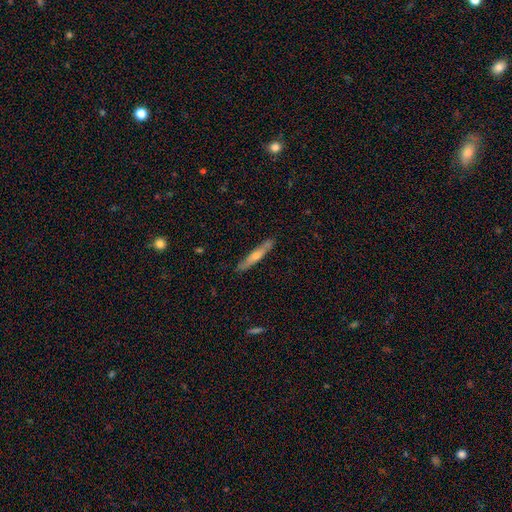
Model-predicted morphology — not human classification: Smooth or featured? featured or disk (51%)
Edge-on disk? yes (90%)
Merging? none (87%)